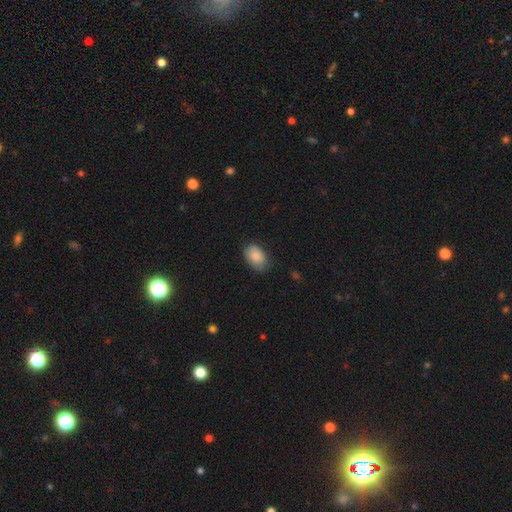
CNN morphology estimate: Q: Smooth or featured?
A: smooth (84%); runner-up: featured or disk (9%)
Q: How rounded?
A: in between (84%); runner-up: round (15%)
Q: Merging?
A: none (71%); runner-up: minor disturbance (24%)